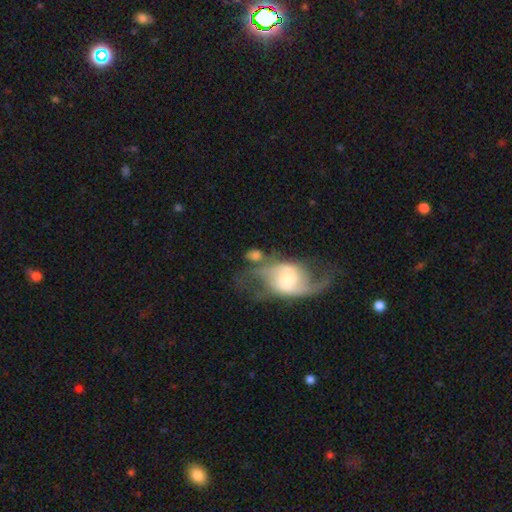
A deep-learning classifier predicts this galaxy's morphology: A featured or disk galaxy (50%). Merging: none (40%).